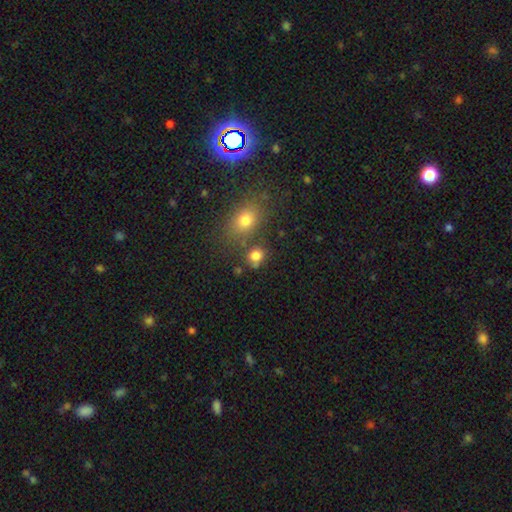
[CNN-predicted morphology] The model was most divided on "how rounded": round: 62%, in between: 36%, cigar-shaped: 1%. More confident: smooth or featured — smooth (79%); merging — none (65%).